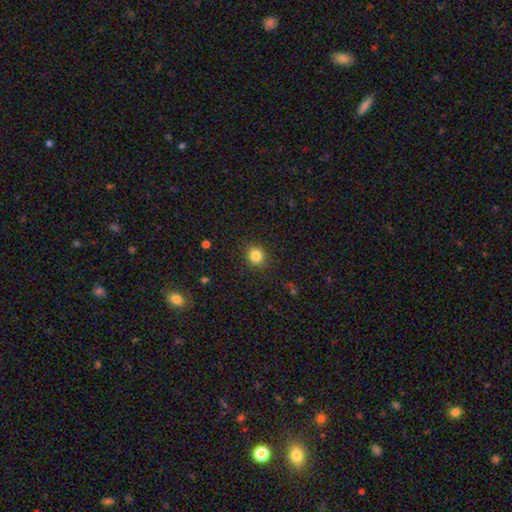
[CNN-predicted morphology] type=smooth (84%); roundness=round (85%); merging=none (89%).